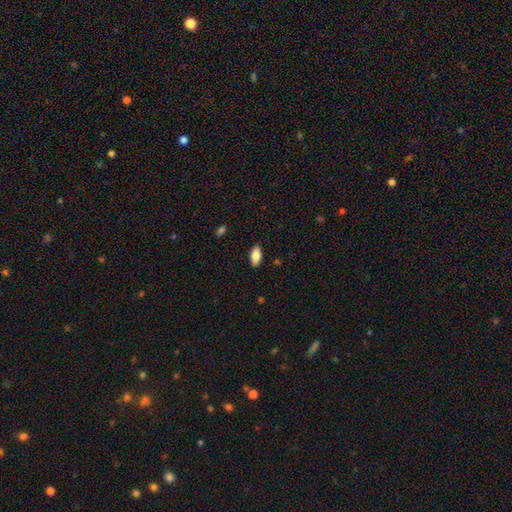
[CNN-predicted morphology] Smooth or featured? smooth (82%)
How rounded? in between (89%)
Merging? none (89%)